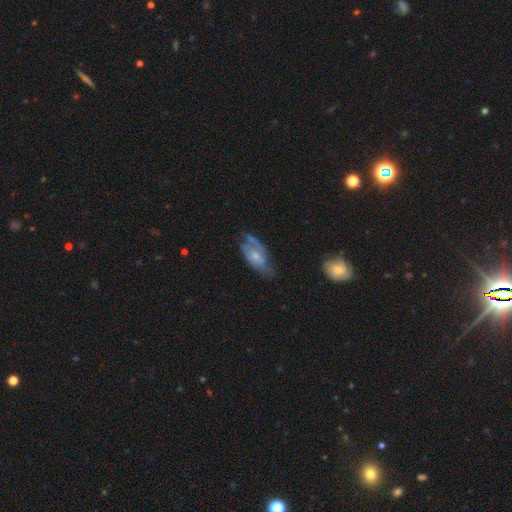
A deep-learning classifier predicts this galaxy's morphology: Smooth or featured? Predicted: featured or disk (p=0.68). Edge-on disk? Predicted: no (p=0.91). Bar? Predicted: no (p=0.64). Spiral arms? Predicted: yes (p=0.82). Spiral winding? Predicted: medium (p=0.44). Spiral arm count? Predicted: 2 (p=0.53). Bulge size? Predicted: small (p=0.47). Merging? Predicted: none (p=0.53).